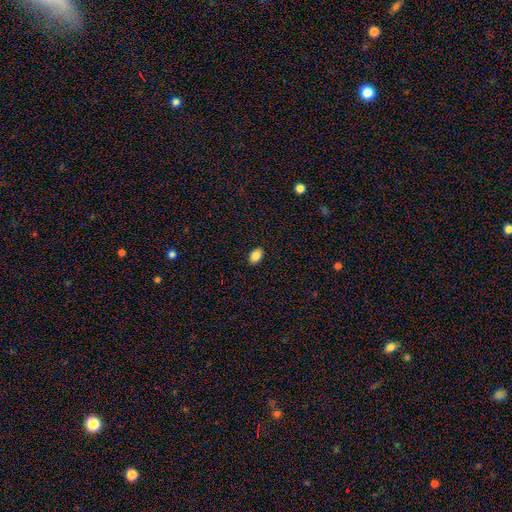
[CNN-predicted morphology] The model was most divided on "how rounded": in between: 85%, round: 13%, cigar-shaped: 1%. More confident: merging — none (90%); smooth or featured — smooth (85%).